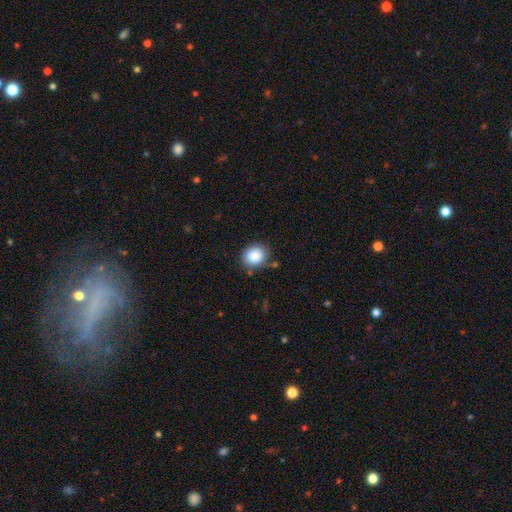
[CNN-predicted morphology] This is clearly a smooth galaxy (88%). How rounded: likely round (65%). Merging: likely none (78%).